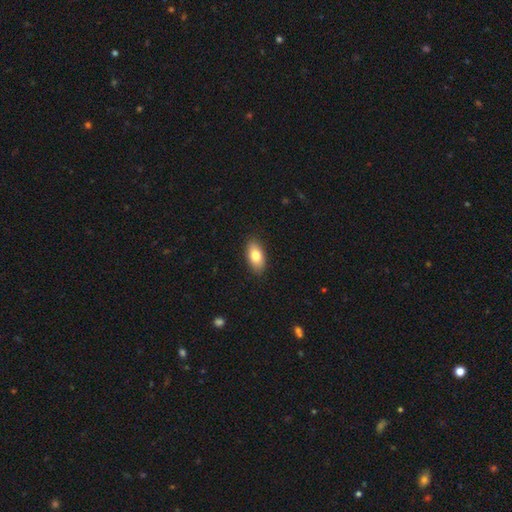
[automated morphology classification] smooth 80%, featured or disk 13%, star or artifact 7%. Down the decision tree: how rounded — in between (91%); merging — none (88%).